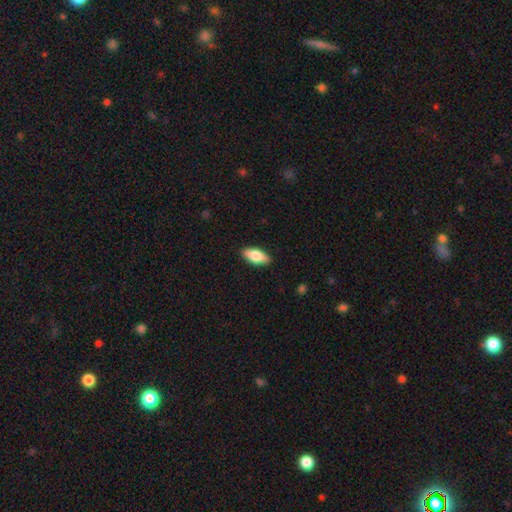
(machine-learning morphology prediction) Smooth or featured: smooth — 77% (featured or disk — 17%)
How rounded: in between — 84% (cigar-shaped — 14%)
Merging: none — 89% (minor disturbance — 8%)